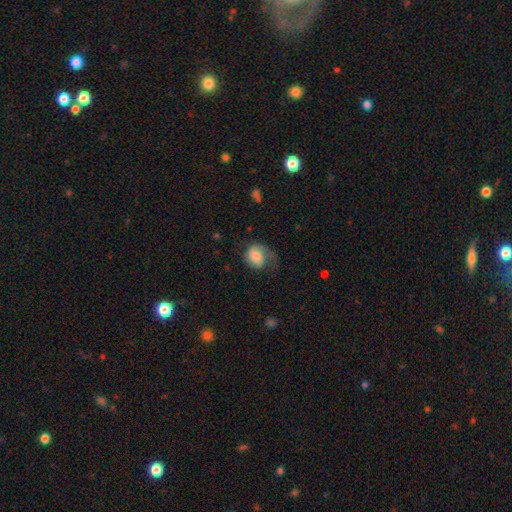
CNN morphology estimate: Smooth or featured: smooth — 55% (featured or disk — 38%)
How rounded: in between — 50% (round — 49%)
Merging: major disturbance — 37% (none — 35%)